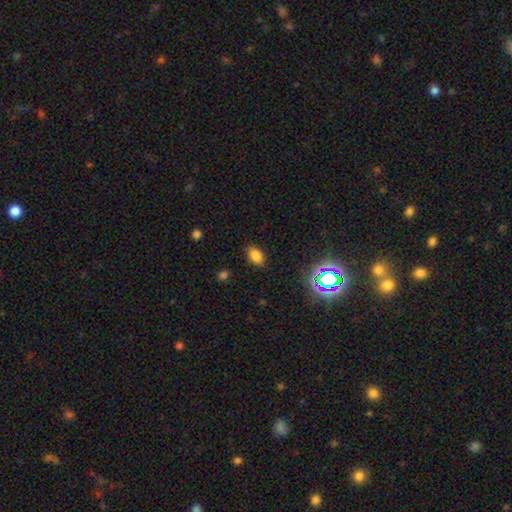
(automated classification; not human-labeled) Smooth or featured? smooth (79%)
How rounded? in between (89%)
Merging? none (84%)